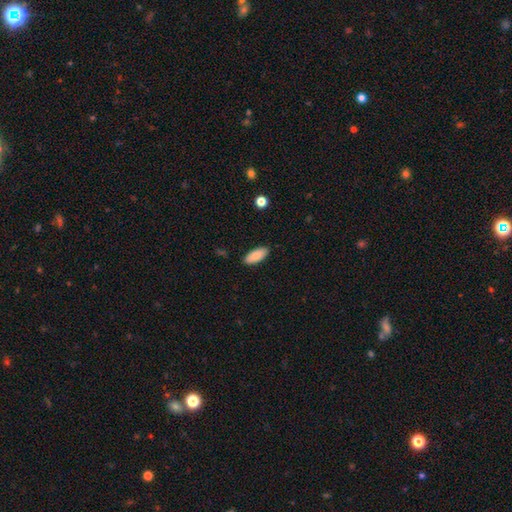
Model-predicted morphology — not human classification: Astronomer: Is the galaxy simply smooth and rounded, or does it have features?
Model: smooth — 85%.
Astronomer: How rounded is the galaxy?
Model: in between — 83%.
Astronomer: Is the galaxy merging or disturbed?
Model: none — 88%.